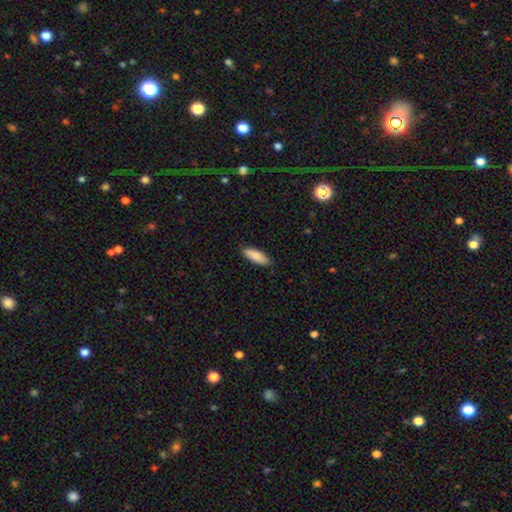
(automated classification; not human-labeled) smooth-or-featured: smooth: 88% | featured or disk: 7% | star or artifact: 6%
  how-rounded: in between: 58% | cigar-shaped: 40% | round: 2%
  merging: none: 86% | minor disturbance: 11% | major disturbance: 2% | merger: 1%